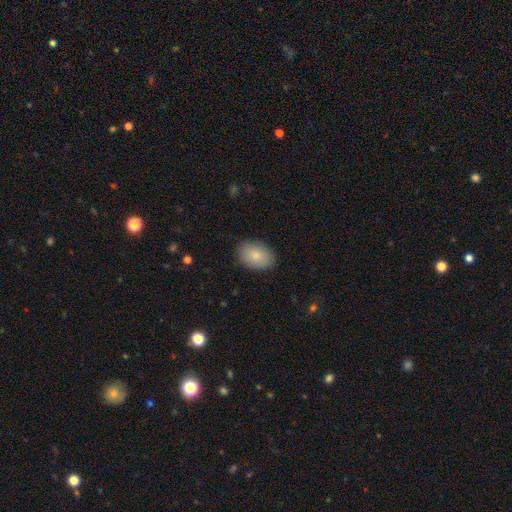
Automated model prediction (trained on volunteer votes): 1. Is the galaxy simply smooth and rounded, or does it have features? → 84% smooth, 9% featured or disk, 6% star or artifact.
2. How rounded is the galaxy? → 85% in between, 14% round, 1% cigar-shaped.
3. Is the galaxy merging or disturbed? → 87% none, 10% minor disturbance, 2% major disturbance, 1% merger.